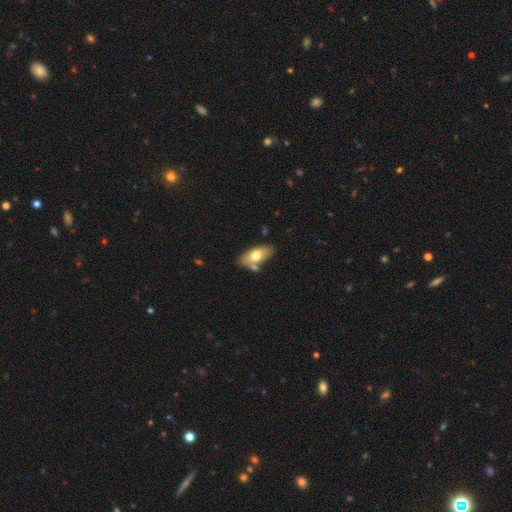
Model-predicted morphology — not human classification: smooth-or-featured: smooth: 68% | featured or disk: 26% | star or artifact: 6%
  how-rounded: in between: 90% | cigar-shaped: 7% | round: 3%
  merging: none: 64% | merger: 16% | minor disturbance: 16% | major disturbance: 4%